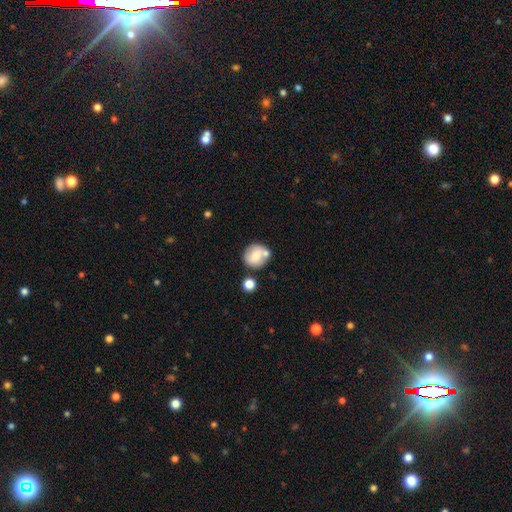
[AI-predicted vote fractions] Smooth or featured? smooth (69%)
How rounded? round (83%)
Merging? none (61%)